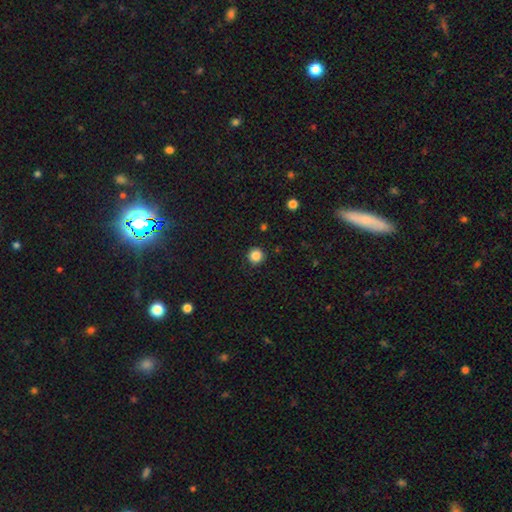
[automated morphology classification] This is clearly a smooth galaxy (86%). How rounded: clearly round (96%). Merging: clearly none (92%).